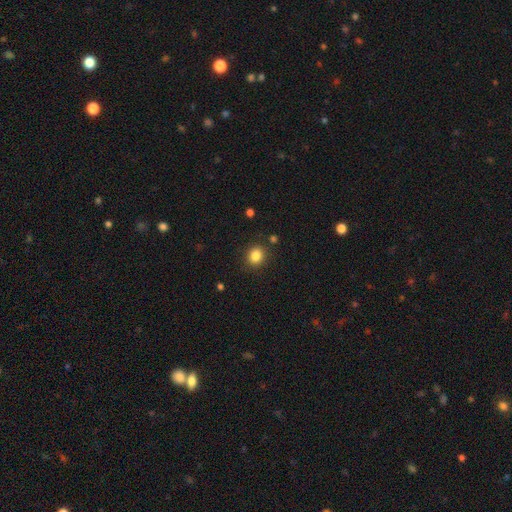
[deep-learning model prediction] A smooth galaxy with no disk features (84%) that is round (76%).

Vote fractions:
- Smooth or featured? smooth: 84% / star or artifact: 11% / featured or disk: 5%
- How rounded? round: 76% / in between: 23% / cigar-shaped: 1%
- Merging? none: 87% / minor disturbance: 8% / major disturbance: 3% / merger: 2%